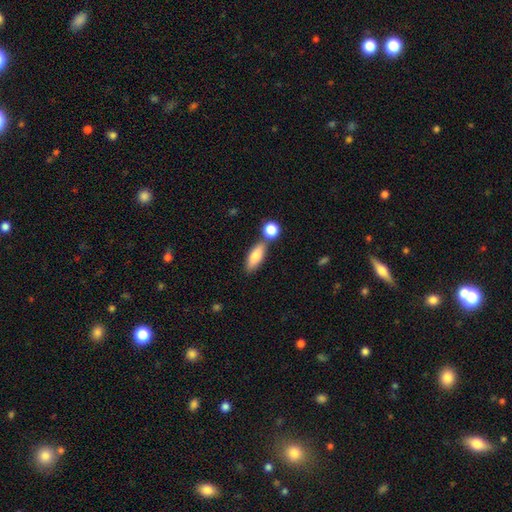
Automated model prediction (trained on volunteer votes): Q: Smooth or featured?
A: smooth (78%); runner-up: featured or disk (15%)
Q: How rounded?
A: in between (66%); runner-up: cigar-shaped (31%)
Q: Merging?
A: none (63%); runner-up: merger (22%)